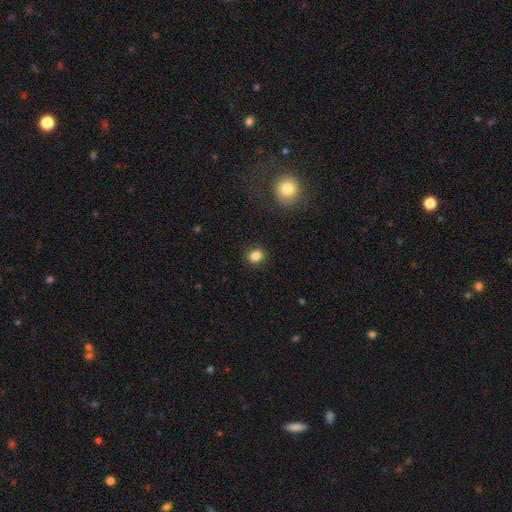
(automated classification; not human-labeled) This appears to be a smooth galaxy with no disk features (85%) that is round (81%). Merging: none (90%).